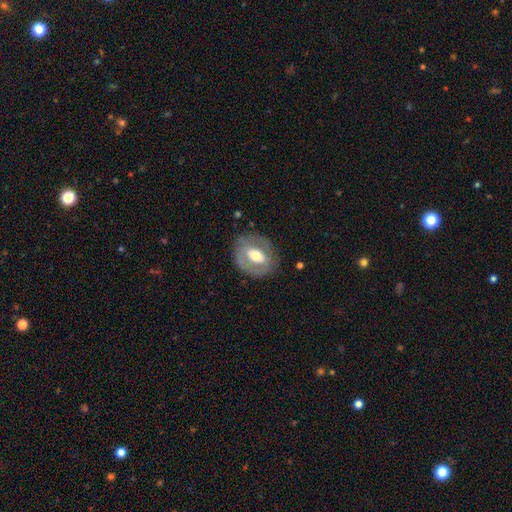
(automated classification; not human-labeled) Smooth or featured: featured or disk — 58% (smooth — 36%)
Edge-on disk: no — 94% (yes — 6%)
Bar: no — 42% (weak — 34%)
Spiral arms: no — 63% (yes — 37%)
Bulge size: moderate — 67% (large — 19%)
Merging: none — 75% (minor disturbance — 16%)